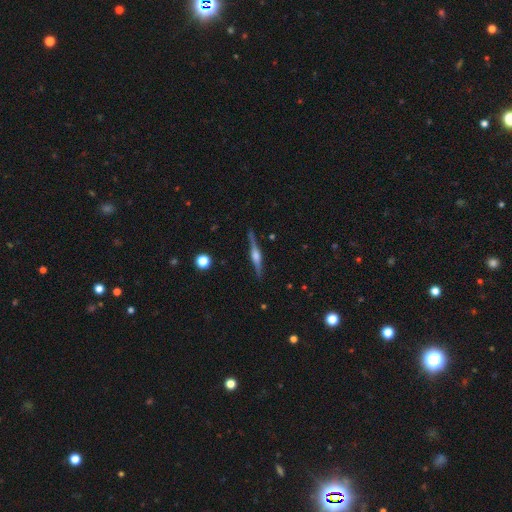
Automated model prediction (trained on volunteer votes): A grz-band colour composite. It shows a featured or disk galaxy (83%) viewed edge-on (98%) with a rounded central bulge (83%). Merging: none (90%).